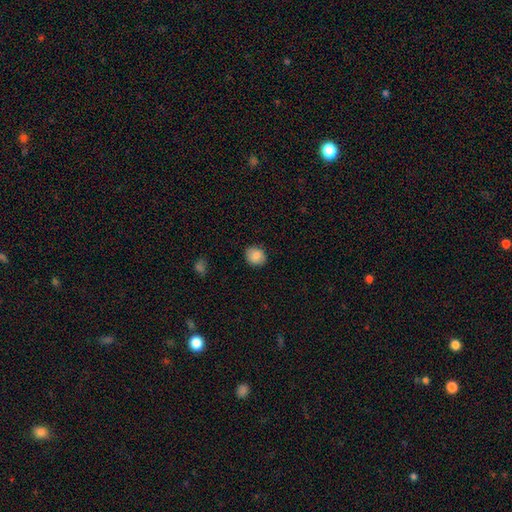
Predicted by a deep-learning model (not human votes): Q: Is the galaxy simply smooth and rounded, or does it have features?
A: smooth — 84%.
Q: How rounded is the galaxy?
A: round — 71%.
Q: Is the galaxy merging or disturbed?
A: none — 87%.